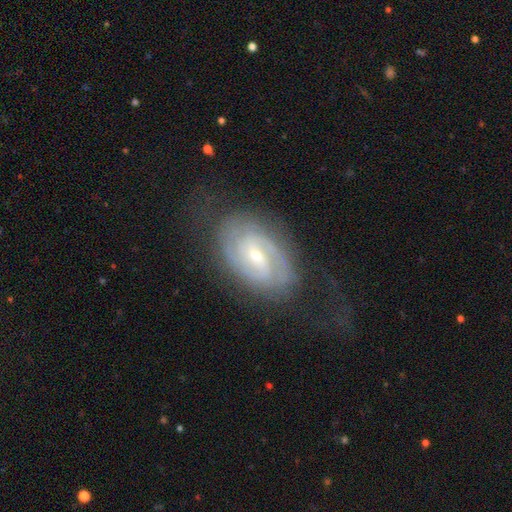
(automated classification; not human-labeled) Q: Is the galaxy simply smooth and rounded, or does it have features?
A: featured or disk — 86%.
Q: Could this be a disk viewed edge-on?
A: no — 96%.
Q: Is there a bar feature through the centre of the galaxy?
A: weak — 51%.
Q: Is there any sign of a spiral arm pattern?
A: yes — 96%.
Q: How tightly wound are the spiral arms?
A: tight — 60%.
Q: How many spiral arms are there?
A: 2 — 60%.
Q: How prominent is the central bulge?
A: small — 64%.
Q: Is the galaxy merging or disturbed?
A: none — 68%.